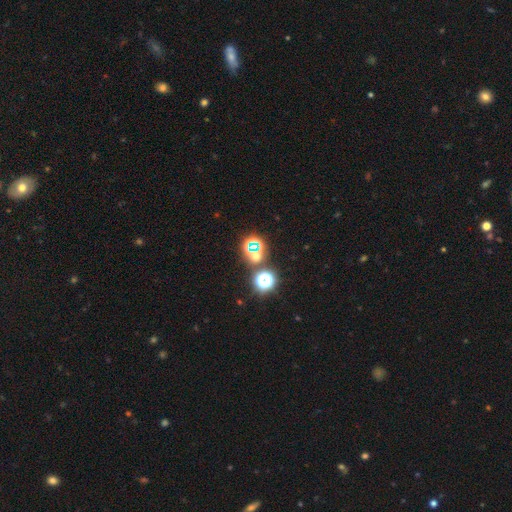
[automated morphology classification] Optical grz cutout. It shows a star or artifact, not a galaxy (63%).